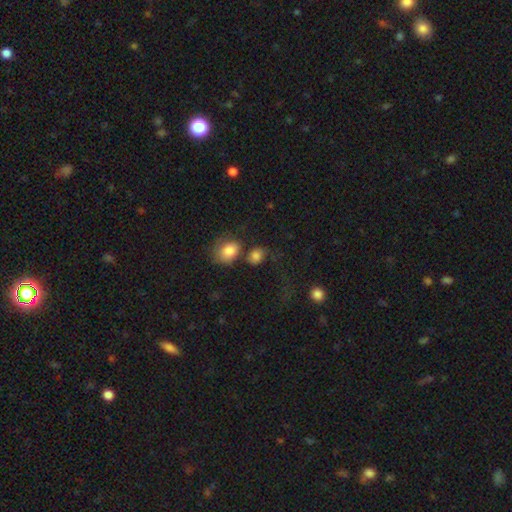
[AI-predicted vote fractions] smooth 80%, star or artifact 11%, featured or disk 9%. Down the decision tree: how rounded — round (50%); merging — none (45%).